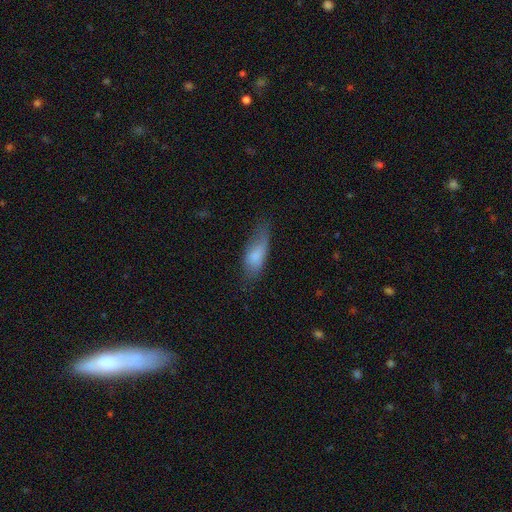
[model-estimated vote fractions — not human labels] smooth_or_featured: smooth (p=0.77) [alt: featured or disk p=0.16]
how_rounded: in between (p=0.70) [alt: cigar-shaped p=0.28]
merging: none (p=0.55) [alt: minor disturbance p=0.31]